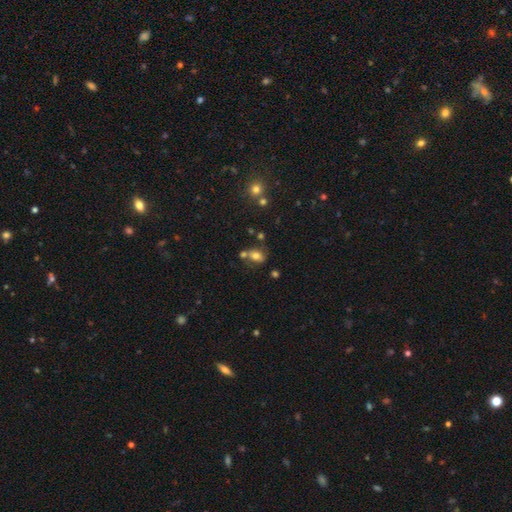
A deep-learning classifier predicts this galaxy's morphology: Smooth or featured?
  - smooth: 69% *
  - featured or disk: 18%
  - star or artifact: 13%
How rounded?
  - in between: 73% *
  - round: 25%
  - cigar-shaped: 2%
Merging?
  - none: 51% *
  - merger: 26%
  - minor disturbance: 17%
  - major disturbance: 7%